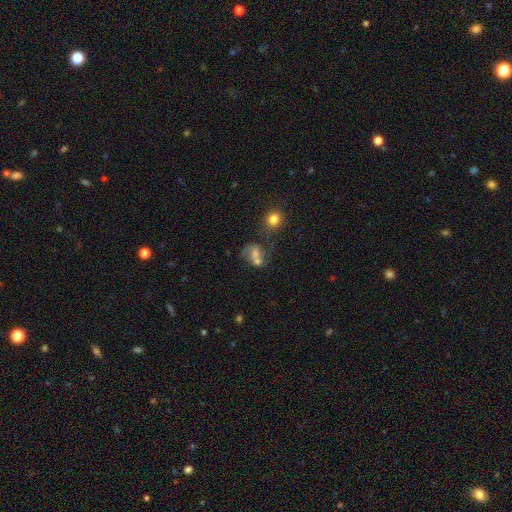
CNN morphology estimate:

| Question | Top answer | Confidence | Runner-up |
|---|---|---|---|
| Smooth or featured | featured or disk | 48% | smooth (39%) |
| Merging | merger | 47% | none (25%) |